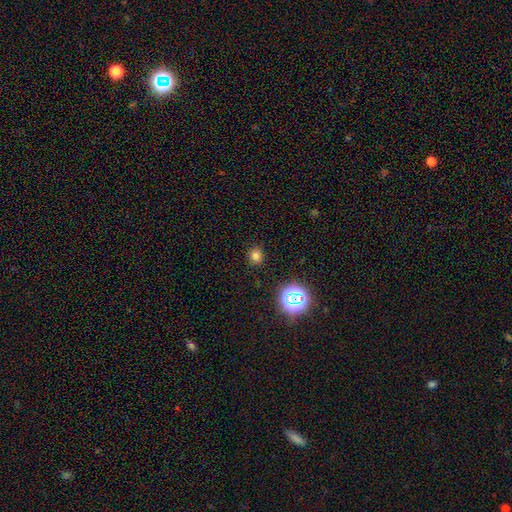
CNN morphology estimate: Smooth or featured: smooth — 74% (star or artifact — 21%)
How rounded: round — 81% (in between — 18%)
Merging: none — 88% (minor disturbance — 8%)